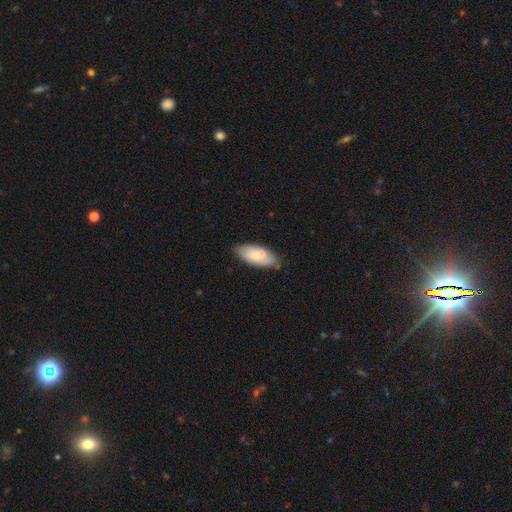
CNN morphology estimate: A smooth galaxy with no disk features (72%) that is in between round and cigar-shaped (88%).

Vote fractions:
- Smooth or featured? smooth: 72% / featured or disk: 22% / star or artifact: 6%
- How rounded? in between: 88% / cigar-shaped: 10% / round: 2%
- Merging? none: 73% / minor disturbance: 16% / merger: 8% / major disturbance: 3%